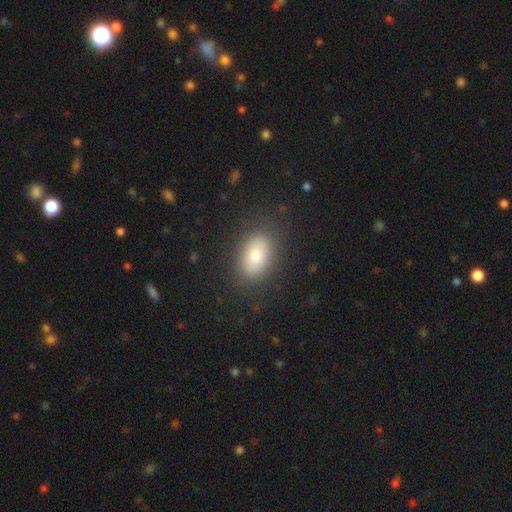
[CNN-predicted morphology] A smooth galaxy with no disk features (81%) that is in between round and cigar-shaped (86%).

Vote fractions:
- Smooth or featured? smooth: 81% / featured or disk: 10% / star or artifact: 8%
- How rounded? in between: 86% / round: 13% / cigar-shaped: 2%
- Merging? none: 82% / minor disturbance: 11% / major disturbance: 5% / merger: 1%